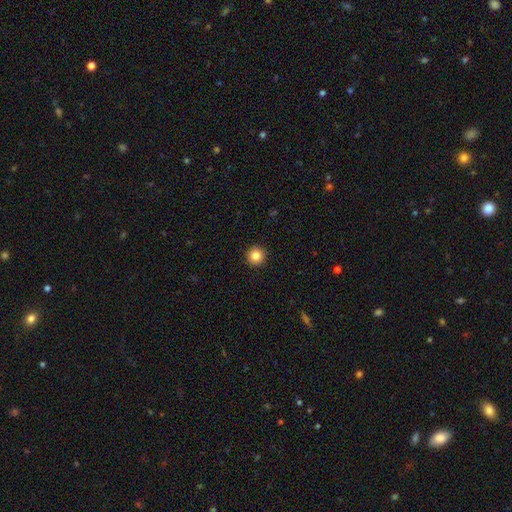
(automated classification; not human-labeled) Overall: smooth (84%). How rounded: round (96%). Merging: none (94%).